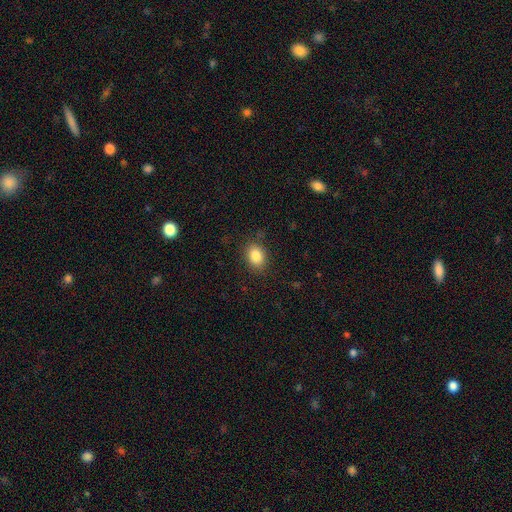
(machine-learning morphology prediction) Smooth or featured: smooth — 85% (star or artifact — 9%)
How rounded: in between — 72% (round — 27%)
Merging: none — 85% (minor disturbance — 11%)